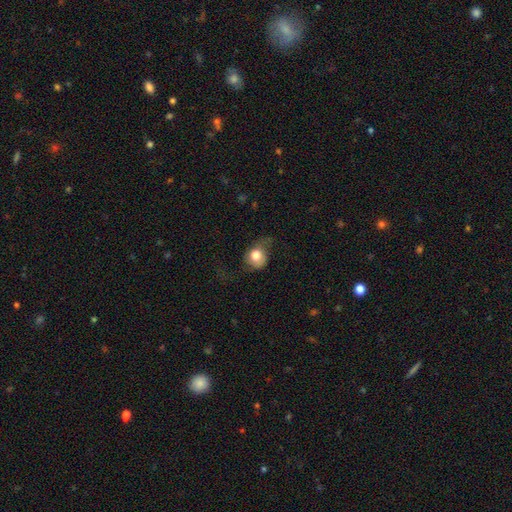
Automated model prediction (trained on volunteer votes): smooth_or_featured: smooth (p=0.70) [alt: featured or disk p=0.21]
how_rounded: round (p=0.67) [alt: in between p=0.31]
merging: none (p=0.42) [alt: major disturbance p=0.28]